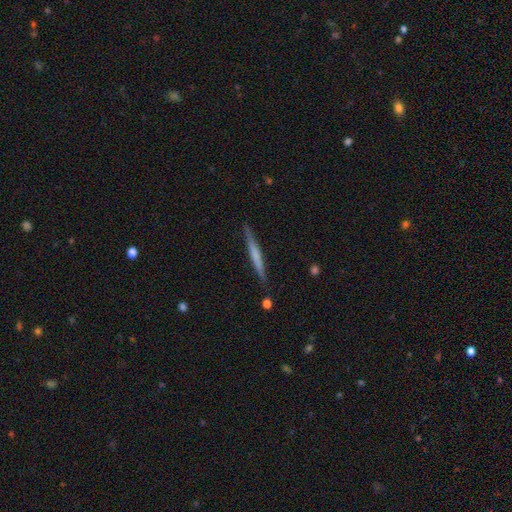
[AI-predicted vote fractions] smooth-or-featured: featured or disk: 48% | smooth: 46% | star or artifact: 6%
  merging: none: 88% | minor disturbance: 9% | major disturbance: 2% | merger: 2%